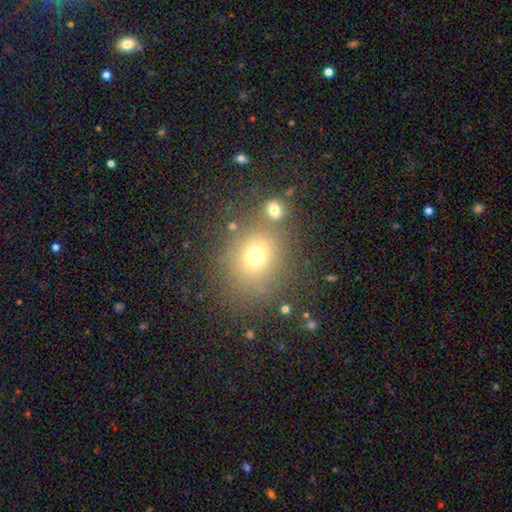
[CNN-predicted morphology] Smooth or featured?
  - smooth: 69% *
  - star or artifact: 18%
  - featured or disk: 12%
How rounded?
  - round: 74% *
  - in between: 25%
  - cigar-shaped: 1%
Merging?
  - none: 67% *
  - merger: 15%
  - minor disturbance: 12%
  - major disturbance: 6%